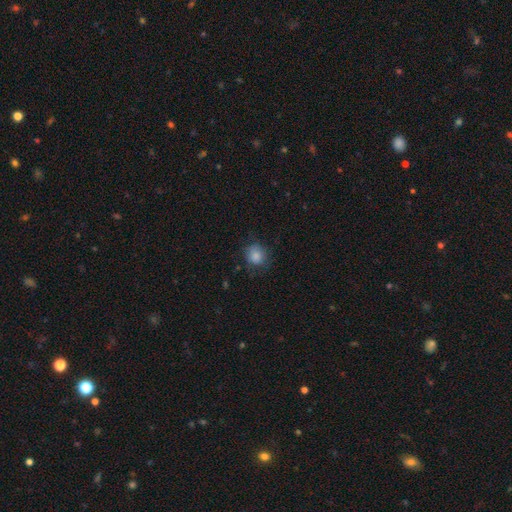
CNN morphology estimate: Smooth or featured?
  - smooth: 85% *
  - star or artifact: 9%
  - featured or disk: 6%
How rounded?
  - round: 81% *
  - in between: 18%
  - cigar-shaped: 1%
Merging?
  - none: 73% *
  - minor disturbance: 19%
  - major disturbance: 7%
  - merger: 1%